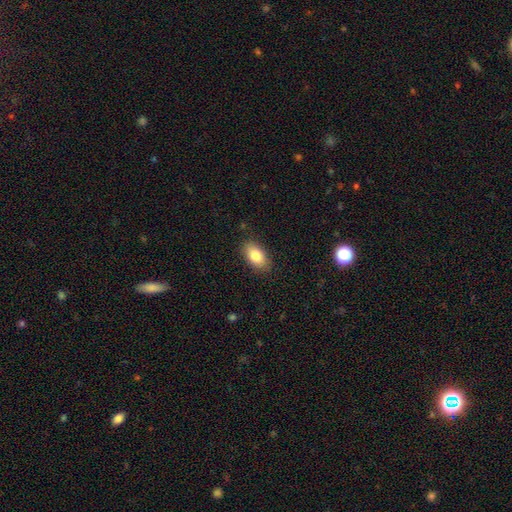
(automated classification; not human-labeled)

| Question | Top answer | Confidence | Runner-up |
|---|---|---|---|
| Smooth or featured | smooth | 83% | featured or disk (10%) |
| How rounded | in between | 92% | round (6%) |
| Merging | none | 87% | minor disturbance (10%) |